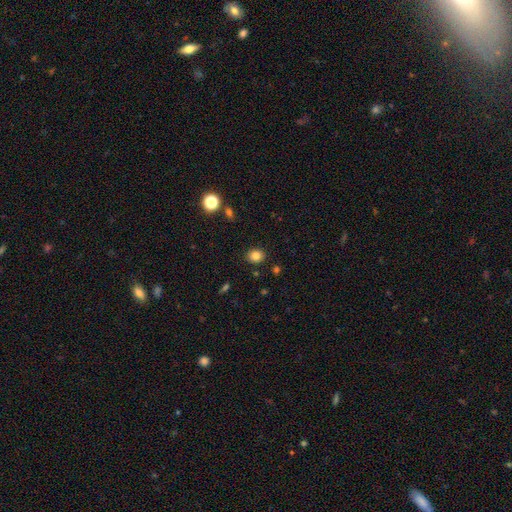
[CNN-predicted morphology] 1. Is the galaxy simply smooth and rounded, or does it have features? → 82% smooth, 12% star or artifact, 6% featured or disk.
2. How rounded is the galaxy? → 66% round, 33% in between, 1% cigar-shaped.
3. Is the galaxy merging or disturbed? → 89% none, 7% minor disturbance, 2% major disturbance, 2% merger.